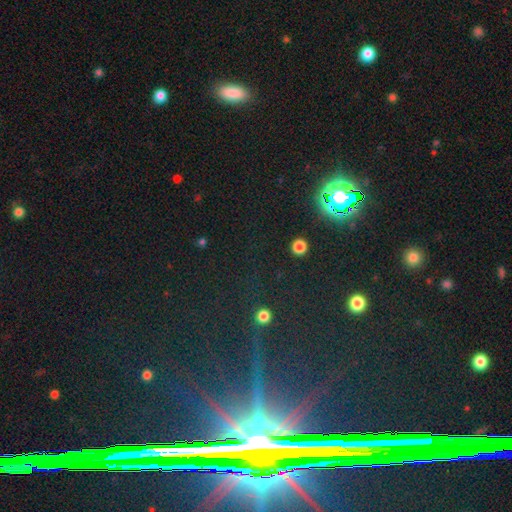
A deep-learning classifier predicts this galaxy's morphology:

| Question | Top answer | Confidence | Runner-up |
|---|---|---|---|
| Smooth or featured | star or artifact | 75% | smooth (13%) |